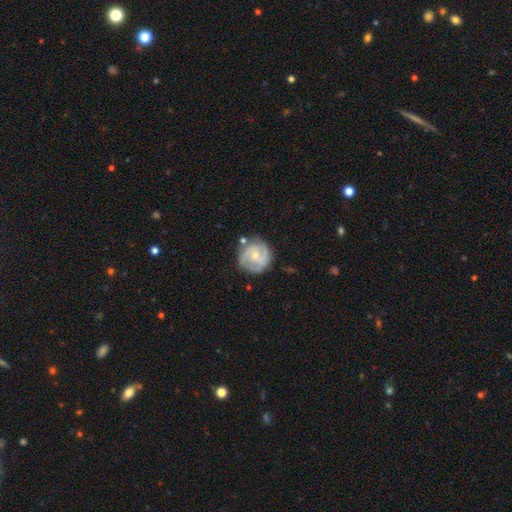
Morphology: type=featured or disk (76%); edge-on=no (100%); bar=no (54%); spiral arms=yes (96%); winding=medium (56%); arm count=2 (85%); bulge=small (57%); merging=none (62%).